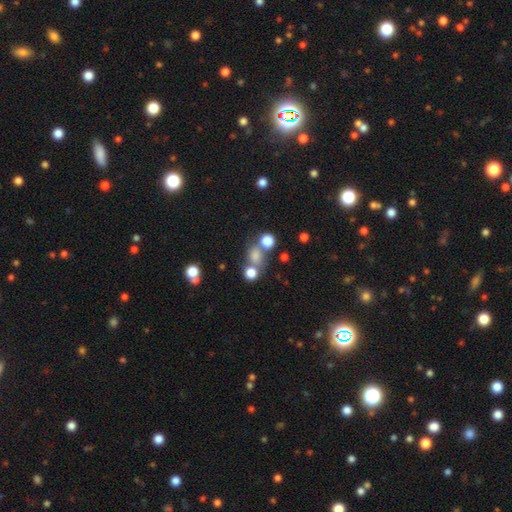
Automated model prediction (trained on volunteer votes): Morphology: type=smooth (71%); roundness=round (65%); merging=none (53%).